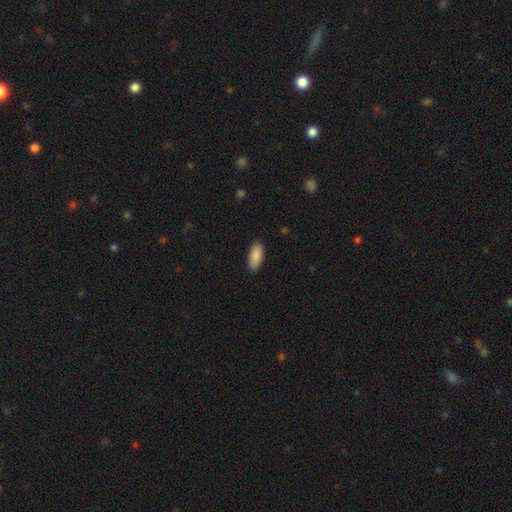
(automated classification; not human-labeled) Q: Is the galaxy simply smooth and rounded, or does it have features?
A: smooth — 88%.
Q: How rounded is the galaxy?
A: in between — 86%.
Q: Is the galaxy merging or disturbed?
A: none — 88%.